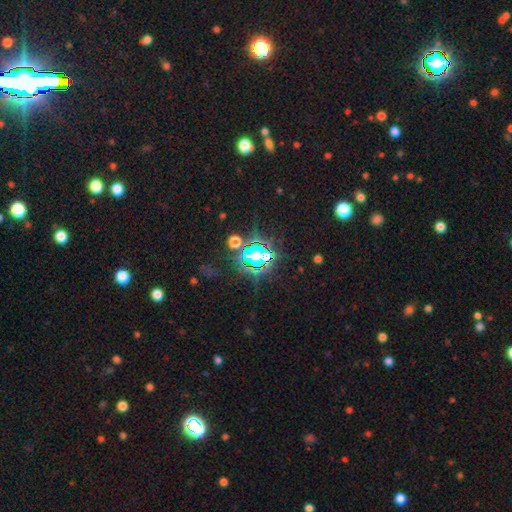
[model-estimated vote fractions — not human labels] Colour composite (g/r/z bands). It shows a star or artifact, not a galaxy (69%).